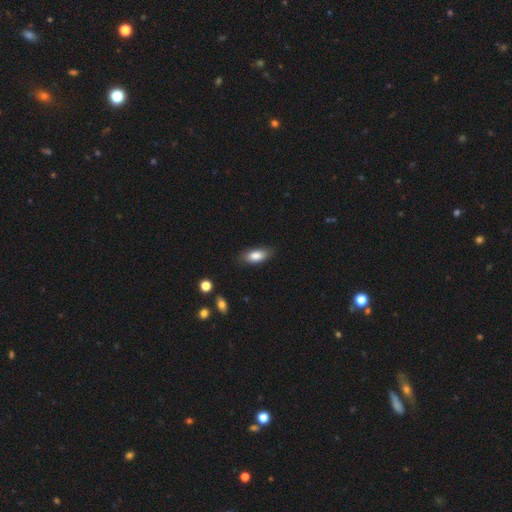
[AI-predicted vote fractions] Smooth or featured? smooth (83%)
How rounded? in between (86%)
Merging? none (80%)